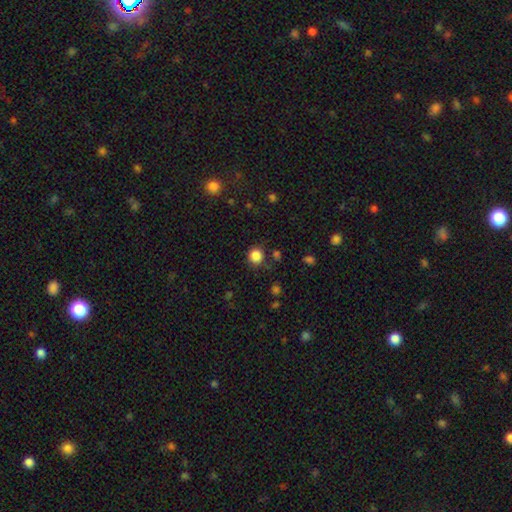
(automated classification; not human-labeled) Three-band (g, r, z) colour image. It shows a smooth galaxy with no disk features (85%) that is round (90%). Merging: none (84%).